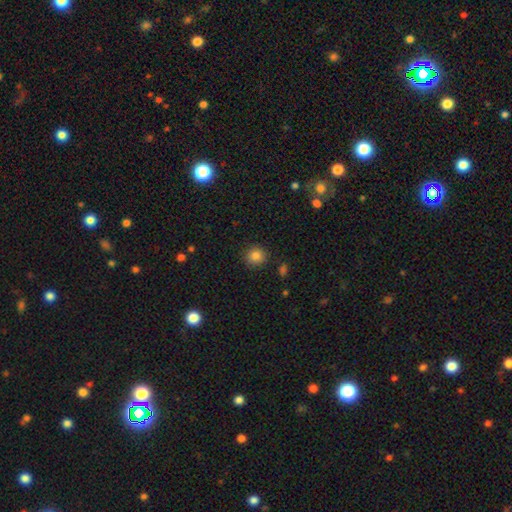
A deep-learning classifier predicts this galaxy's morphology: This appears to be a smooth galaxy with no disk features (84%) that is round (90%). Merging: none (88%).